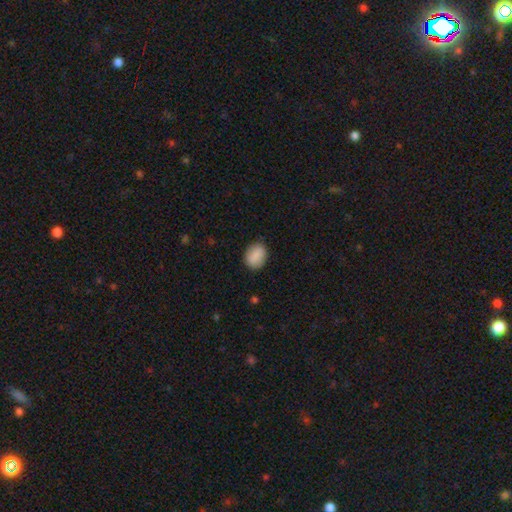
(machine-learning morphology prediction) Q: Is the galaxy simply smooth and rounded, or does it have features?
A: smooth — 89%.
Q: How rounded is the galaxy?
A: in between — 67%.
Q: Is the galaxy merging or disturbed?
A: none — 85%.